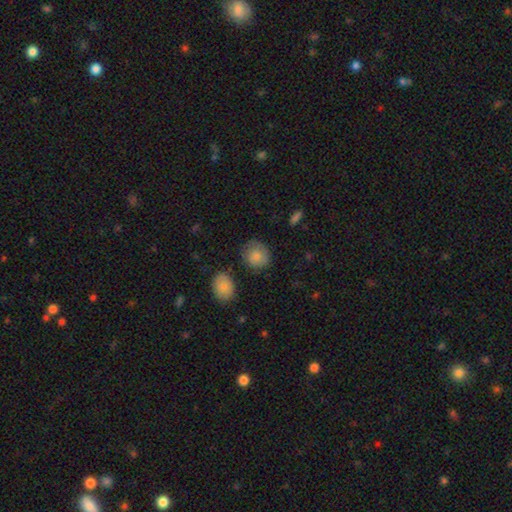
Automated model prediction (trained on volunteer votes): A smooth galaxy with no disk features (73%) that is round (76%). Merging: none (71%).